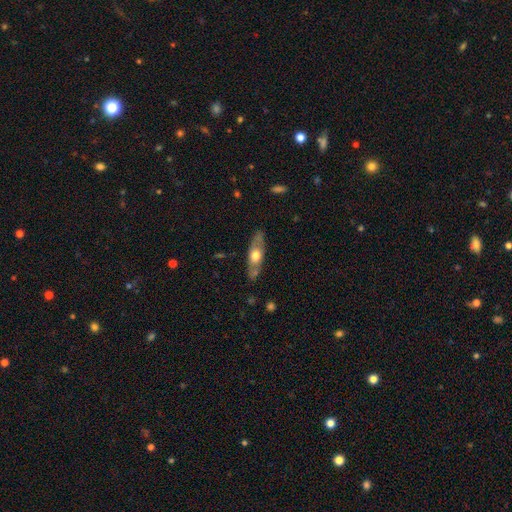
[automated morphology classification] smooth-or-featured: featured or disk: 50% | smooth: 44% | star or artifact: 6%
  disk-edge-on: yes: 52% | no: 48%
  merging: none: 76% | minor disturbance: 16% | merger: 4% | major disturbance: 4%